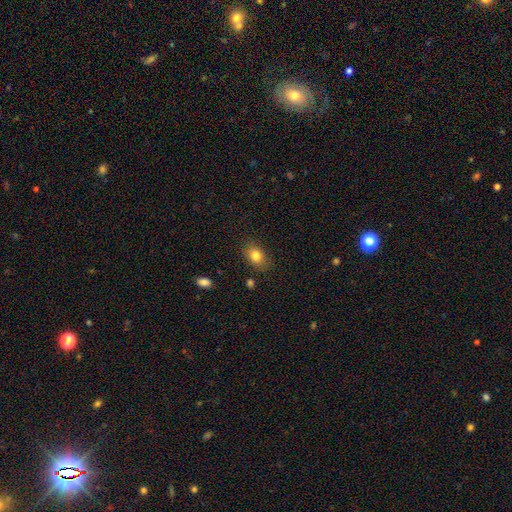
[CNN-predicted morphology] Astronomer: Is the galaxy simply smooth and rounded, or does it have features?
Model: smooth — 81%.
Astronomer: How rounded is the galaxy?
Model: in between — 76%.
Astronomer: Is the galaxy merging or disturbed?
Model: none — 81%.